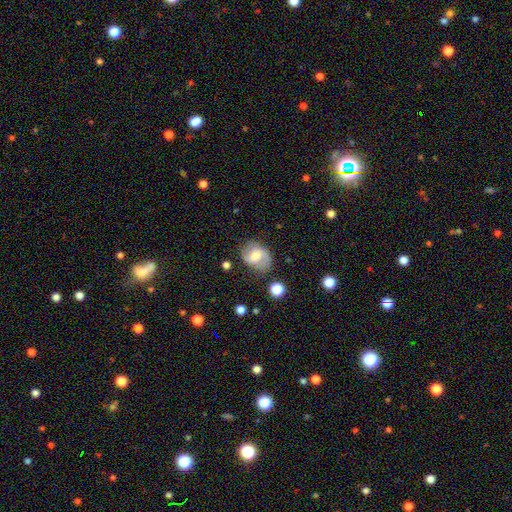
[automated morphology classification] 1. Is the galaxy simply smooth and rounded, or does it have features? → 49% featured or disk, 42% smooth, 9% star or artifact.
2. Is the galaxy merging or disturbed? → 67% none, 23% minor disturbance, 8% major disturbance, 3% merger.